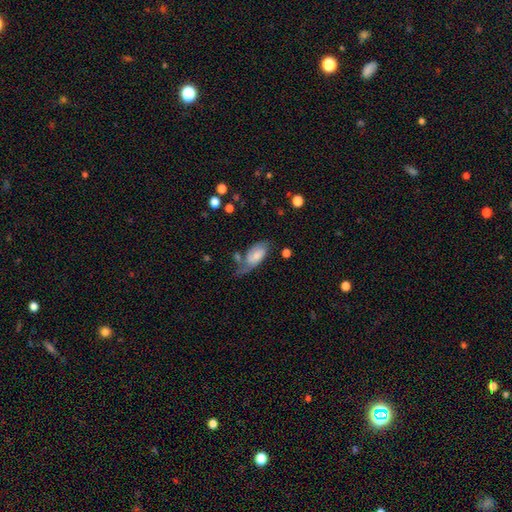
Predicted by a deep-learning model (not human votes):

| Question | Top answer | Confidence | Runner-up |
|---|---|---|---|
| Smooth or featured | smooth | 54% | featured or disk (38%) |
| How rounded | in between | 89% | cigar-shaped (7%) |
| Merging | none | 34% | minor disturbance (31%) |